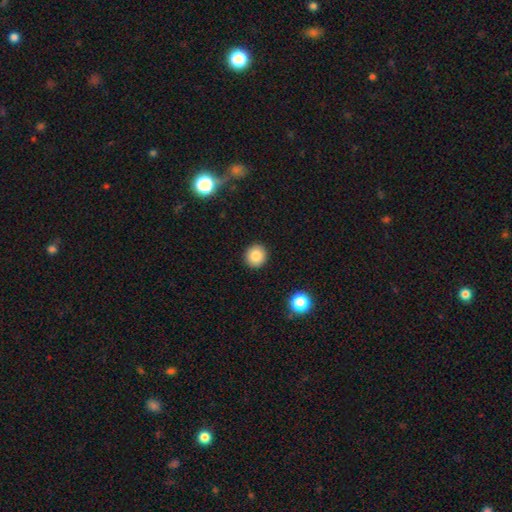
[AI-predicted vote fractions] Overall: smooth (85%). How rounded: round (92%). Merging: none (92%).